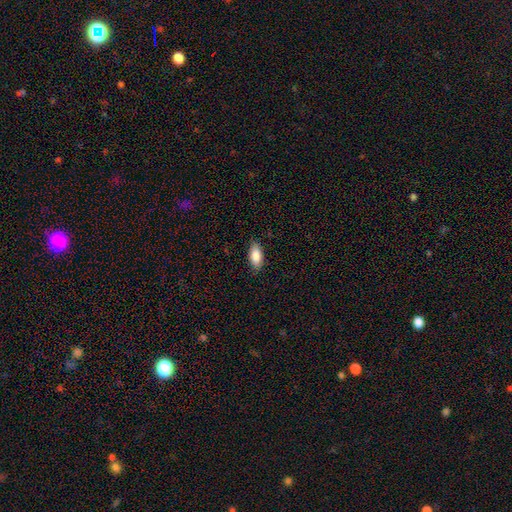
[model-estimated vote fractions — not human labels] smooth_or_featured: smooth (p=0.87) [alt: featured or disk p=0.07]
how_rounded: in between (p=0.88) [alt: cigar-shaped p=0.10]
merging: none (p=0.86) [alt: minor disturbance p=0.11]